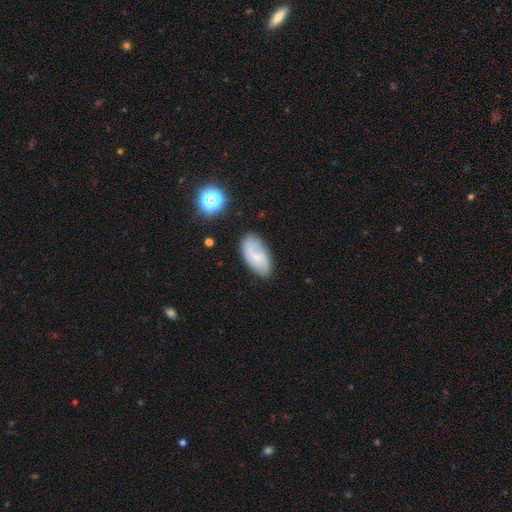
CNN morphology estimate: Q: Smooth or featured?
A: smooth (47%); runner-up: featured or disk (45%)
Q: Merging?
A: none (77%); runner-up: minor disturbance (17%)